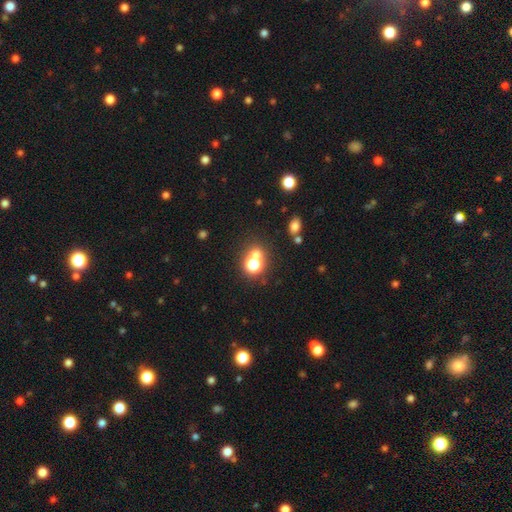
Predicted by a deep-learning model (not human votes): This is possibly a smooth galaxy (56%). How rounded: likely round (79%). Merging: possibly none (55%).